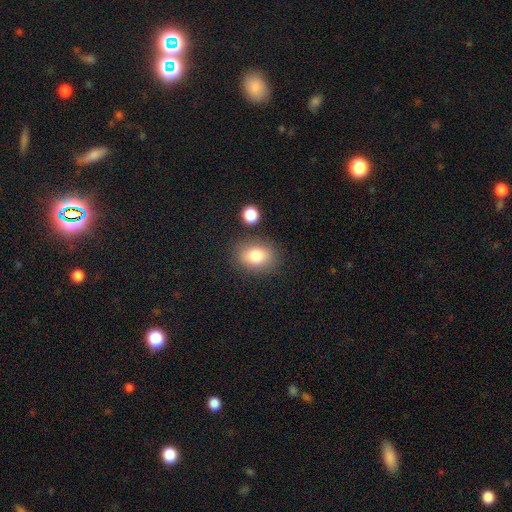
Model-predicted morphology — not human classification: The model was most divided on "how rounded": in between: 71%, round: 28%, cigar-shaped: 1%. More confident: smooth or featured — smooth (84%); merging — none (77%).